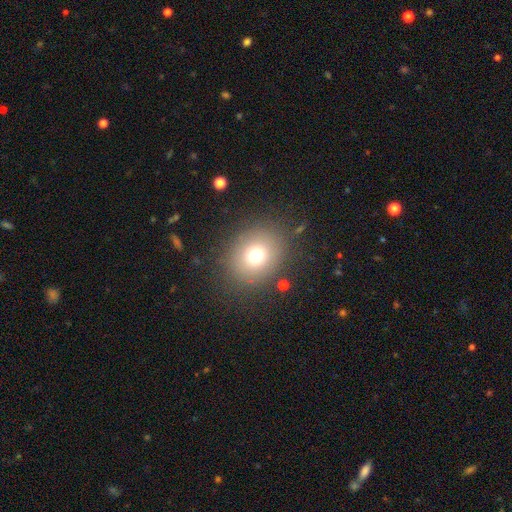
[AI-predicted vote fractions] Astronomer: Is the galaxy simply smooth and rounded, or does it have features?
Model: smooth — 71%.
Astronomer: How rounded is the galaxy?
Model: round — 71%.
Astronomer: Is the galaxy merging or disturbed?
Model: none — 84%.